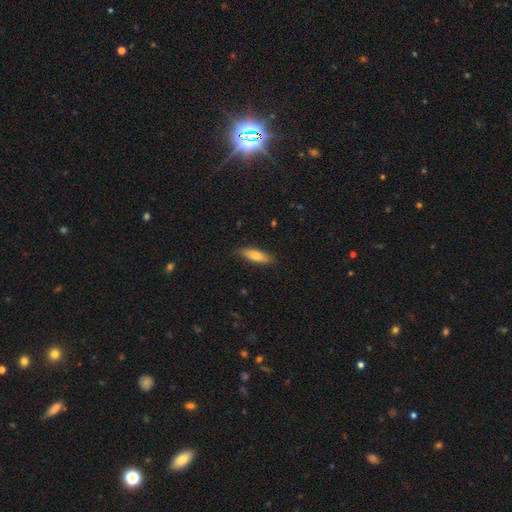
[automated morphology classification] smooth-or-featured: smooth: 81% | featured or disk: 13% | star or artifact: 6%
  how-rounded: in between: 50% | cigar-shaped: 48% | round: 2%
  merging: none: 83% | minor disturbance: 13% | major disturbance: 2% | merger: 1%